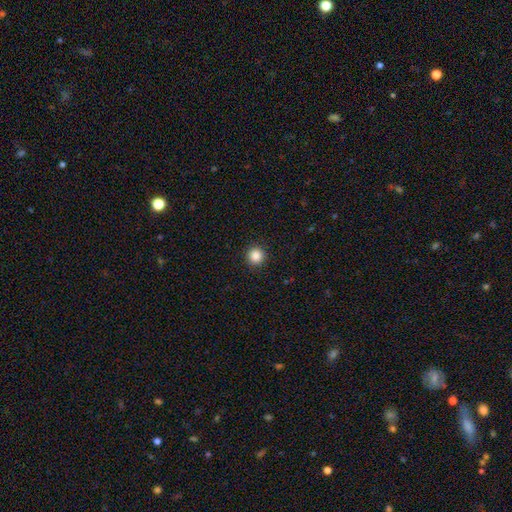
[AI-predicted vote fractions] Smooth or featured? Predicted: smooth (p=0.87). How rounded? Predicted: round (p=0.95). Merging? Predicted: none (p=0.93).